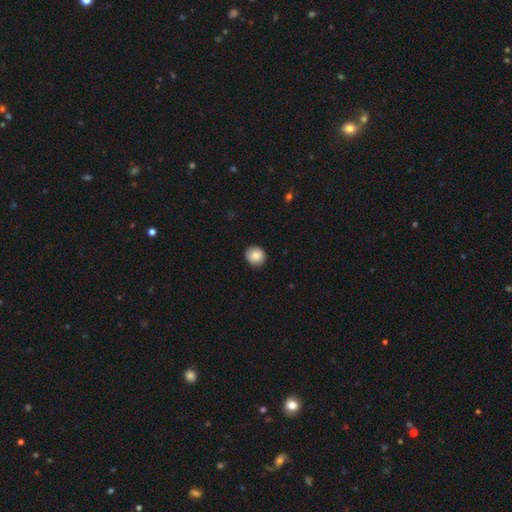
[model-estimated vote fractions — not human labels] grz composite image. It shows a smooth galaxy with no disk features (86%) that is round (91%). Merging: none (91%).